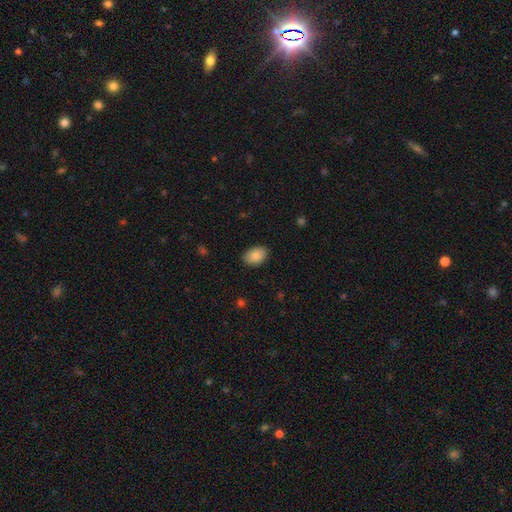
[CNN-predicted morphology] smooth-or-featured: smooth: 86% | featured or disk: 7% | star or artifact: 7%
  how-rounded: in between: 87% | round: 12% | cigar-shaped: 1%
  merging: none: 87% | minor disturbance: 10% | major disturbance: 2% | merger: 1%